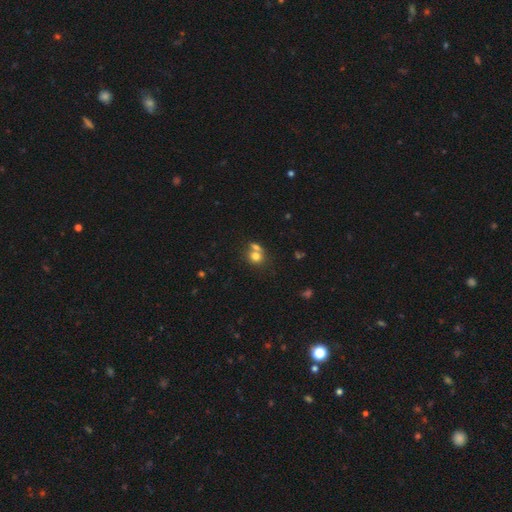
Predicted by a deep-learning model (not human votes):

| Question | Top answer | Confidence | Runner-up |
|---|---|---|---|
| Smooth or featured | smooth | 74% | featured or disk (14%) |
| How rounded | round | 73% | in between (26%) |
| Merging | merger | 48% | none (39%) |